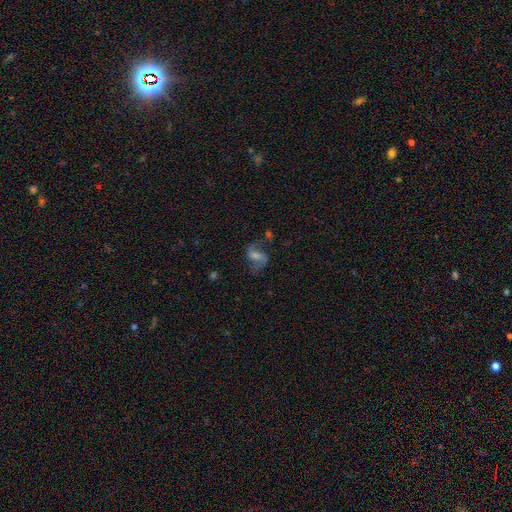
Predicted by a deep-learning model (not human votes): A featured or disk galaxy (76%) with a weak bar (47%), 2 (90%) loose (48%) spiral arms (94%) and a moderate central bulge (40%).

Vote fractions:
- Smooth or featured? featured or disk: 76% / smooth: 13% / star or artifact: 11%
- Edge-on disk? no: 97% / yes: 3%
- Bar? weak: 47% / no: 31% / strong: 22%
- Spiral arms? yes: 94% / no: 6%
- Spiral winding? loose: 48% / medium: 42% / tight: 9%
- Spiral arm count? 2: 90% / can't tell: 4% / 1: 4% / 3: 1% / 4: 1% / more than 4: 1%
- Bulge size? moderate: 40% / small: 34% / none: 15% / large: 10% / dominant: 2%
- Merging? none: 69% / minor disturbance: 16% / major disturbance: 12% / merger: 4%